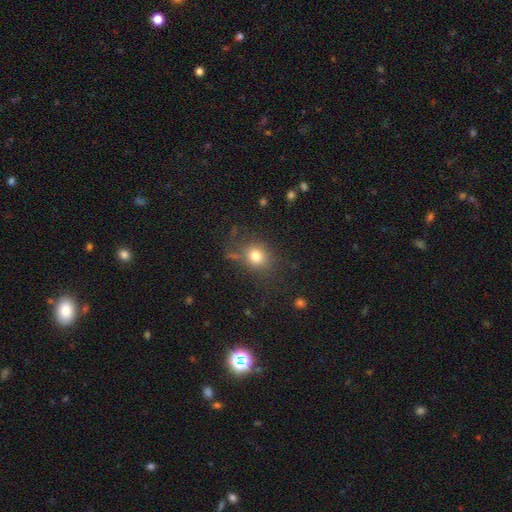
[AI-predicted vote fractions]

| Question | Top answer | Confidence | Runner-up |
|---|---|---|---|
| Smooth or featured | smooth | 77% | star or artifact (14%) |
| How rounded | round | 71% | in between (28%) |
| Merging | none | 75% | minor disturbance (15%) |